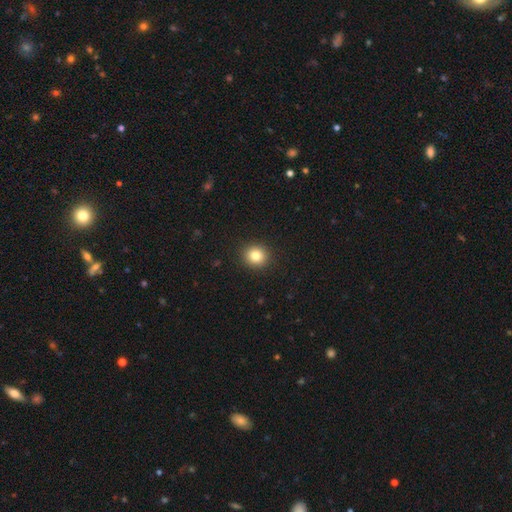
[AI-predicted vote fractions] Smooth or featured?
  - smooth: 82% *
  - star or artifact: 11%
  - featured or disk: 7%
How rounded?
  - round: 85% *
  - in between: 14%
  - cigar-shaped: 1%
Merging?
  - none: 92% *
  - minor disturbance: 5%
  - major disturbance: 2%
  - merger: 1%